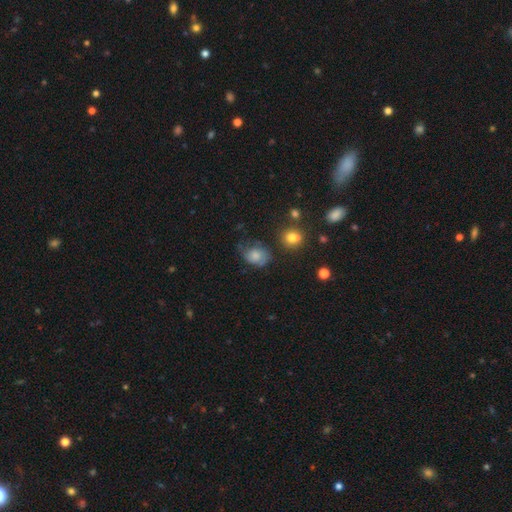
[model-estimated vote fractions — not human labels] smooth 60%, featured or disk 30%, star or artifact 11%. Down the decision tree: how rounded — in between (58%); merging — none (45%).